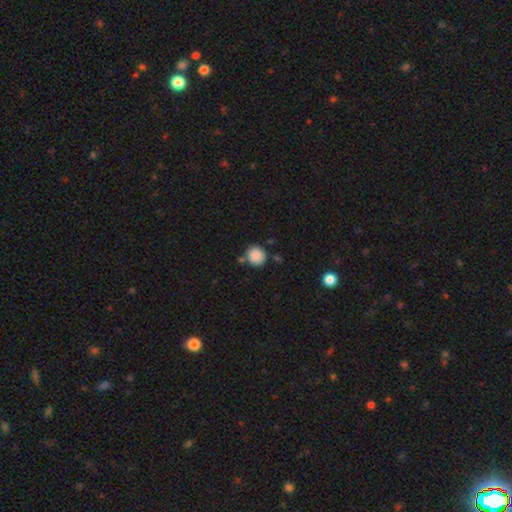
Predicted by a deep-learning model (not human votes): Smooth or featured?
  - smooth: 88% *
  - star or artifact: 9%
  - featured or disk: 3%
How rounded?
  - round: 88% *
  - in between: 11%
  - cigar-shaped: 1%
Merging?
  - none: 78% *
  - minor disturbance: 11%
  - merger: 9%
  - major disturbance: 3%